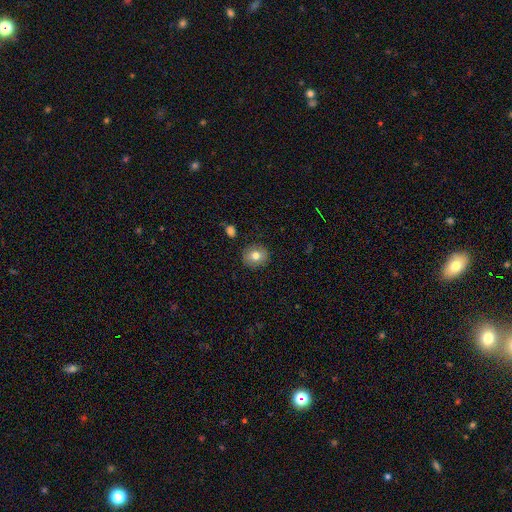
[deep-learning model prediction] Overall: smooth (78%). How rounded: round (79%). Merging: none (88%).